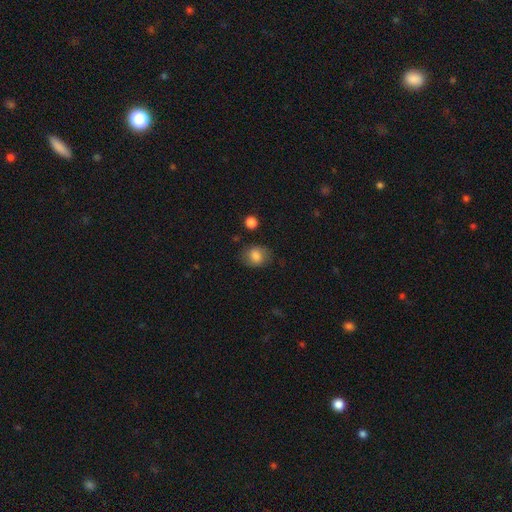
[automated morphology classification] A smooth galaxy with no disk features (80%) that is round (56%). Merging: none (72%).